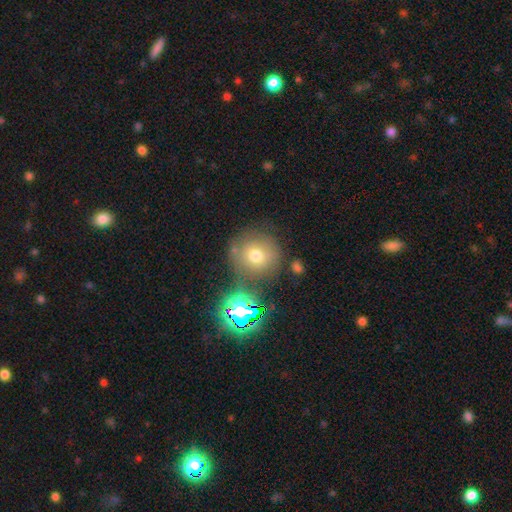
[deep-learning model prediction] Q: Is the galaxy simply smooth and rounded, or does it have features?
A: smooth — 68%.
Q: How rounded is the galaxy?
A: round — 93%.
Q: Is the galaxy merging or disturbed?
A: none — 73%.